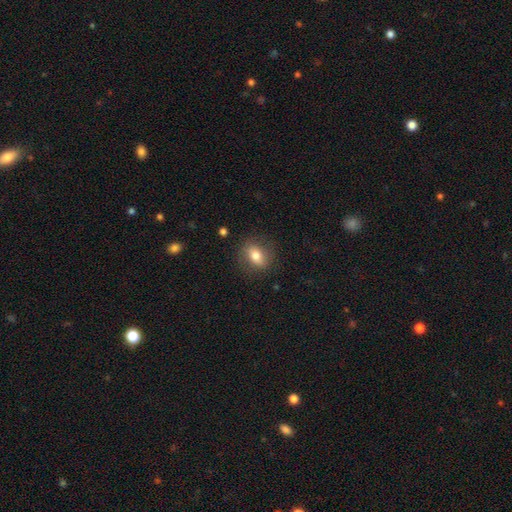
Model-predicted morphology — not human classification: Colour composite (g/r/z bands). It shows a smooth galaxy with no disk features (72%) that is in between round and cigar-shaped (66%). Merging: none (82%).